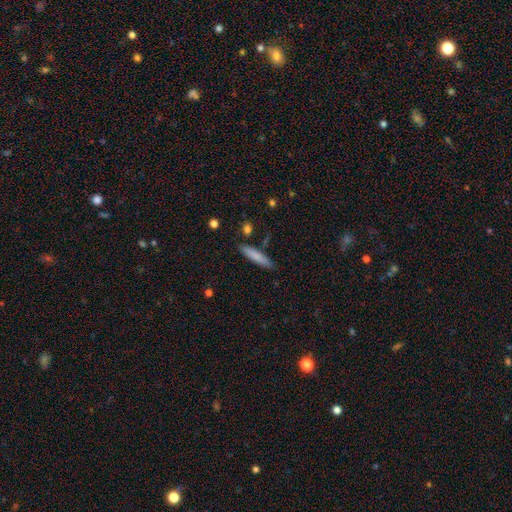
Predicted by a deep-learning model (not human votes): A smooth galaxy with no disk features (80%) that is cigar-shaped (87%). Merging: none (84%).